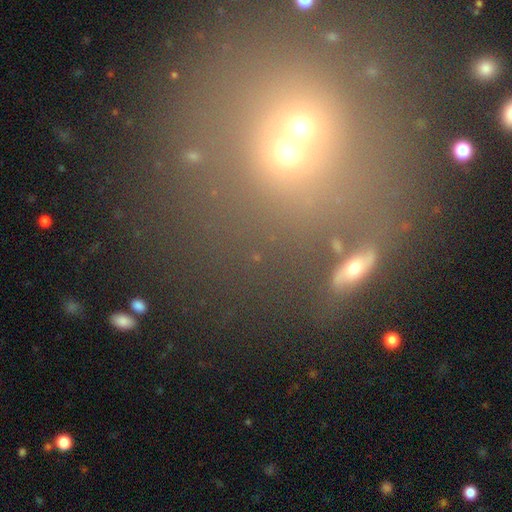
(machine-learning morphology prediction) Smooth or featured? Predicted: smooth (p=0.43). Merging? Predicted: none (p=0.51).